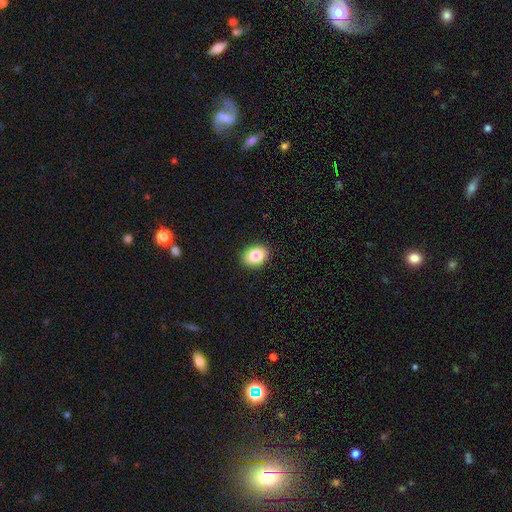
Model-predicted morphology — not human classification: smooth 83%, featured or disk 9%, star or artifact 8%. Down the decision tree: how rounded — in between (68%); merging — none (90%).